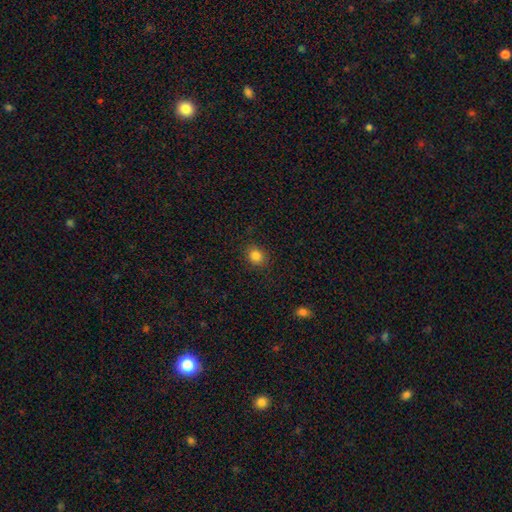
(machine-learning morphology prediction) Smooth or featured?
  - smooth: 84% *
  - star or artifact: 12%
  - featured or disk: 4%
How rounded?
  - round: 71% *
  - in between: 28%
  - cigar-shaped: 1%
Merging?
  - none: 88% *
  - minor disturbance: 8%
  - major disturbance: 3%
  - merger: 1%